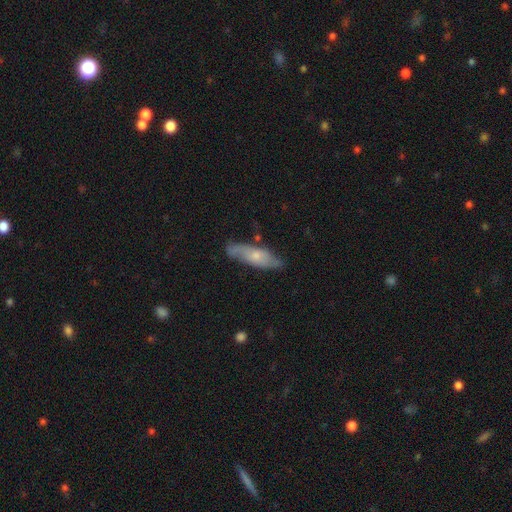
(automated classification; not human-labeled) Smooth or featured? featured or disk (48%)
Merging? none (72%)